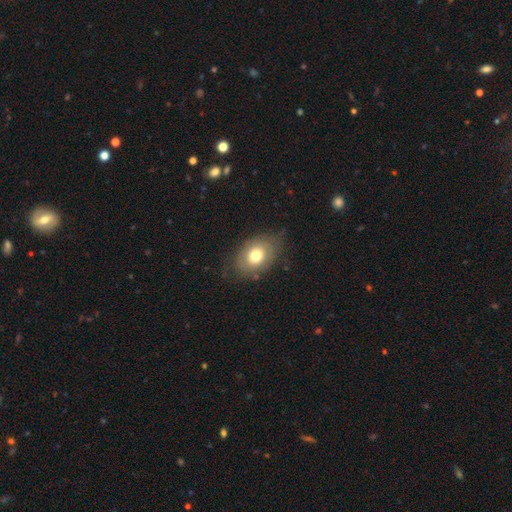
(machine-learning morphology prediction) Q: Smooth or featured?
A: smooth (67%); runner-up: featured or disk (25%)
Q: How rounded?
A: in between (76%); runner-up: round (23%)
Q: Merging?
A: none (70%); runner-up: minor disturbance (21%)